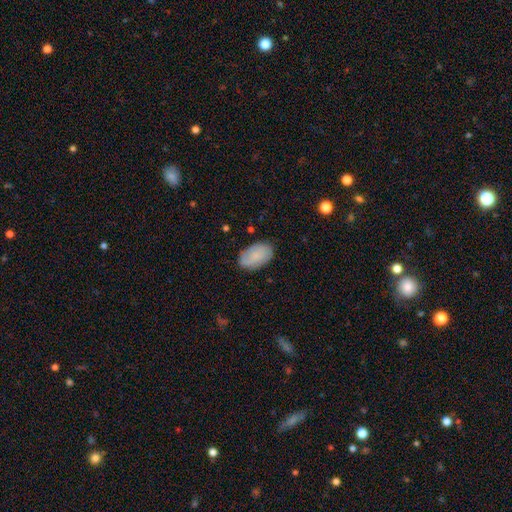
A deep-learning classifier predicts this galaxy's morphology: Q: Smooth or featured?
A: smooth (79%); runner-up: featured or disk (14%)
Q: How rounded?
A: in between (92%); runner-up: round (6%)
Q: Merging?
A: none (83%); runner-up: minor disturbance (13%)